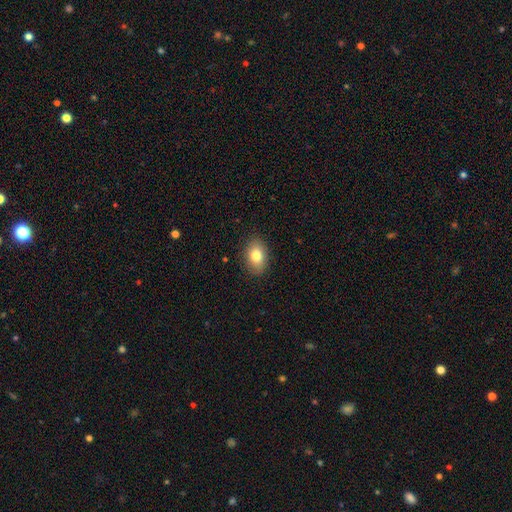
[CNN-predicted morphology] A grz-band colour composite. It shows a smooth galaxy with no disk features (80%) that is in between round and cigar-shaped (80%). Merging: none (87%).